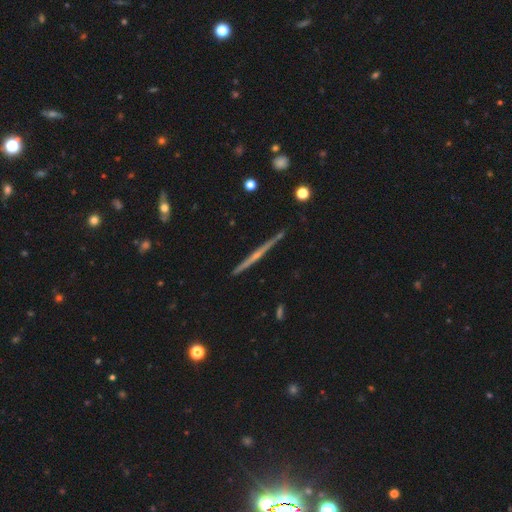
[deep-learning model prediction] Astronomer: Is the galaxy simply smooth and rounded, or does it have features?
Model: featured or disk — 78%.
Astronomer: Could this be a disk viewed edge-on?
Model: yes — 98%.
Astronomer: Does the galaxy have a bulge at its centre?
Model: rounded — 59% (runner-up: none, 35%).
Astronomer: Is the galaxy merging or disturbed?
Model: none — 90%.